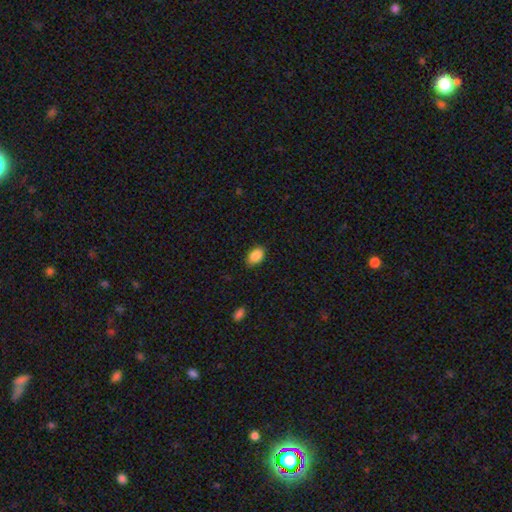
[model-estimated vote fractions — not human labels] Morphology: type=smooth (88%); roundness=in between (88%); merging=none (80%).